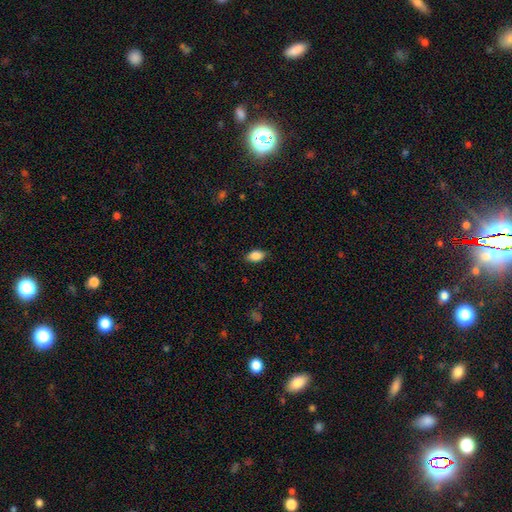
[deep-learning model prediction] A smooth galaxy with no disk features (88%) that is in between round and cigar-shaped (91%). Merging: none (85%).